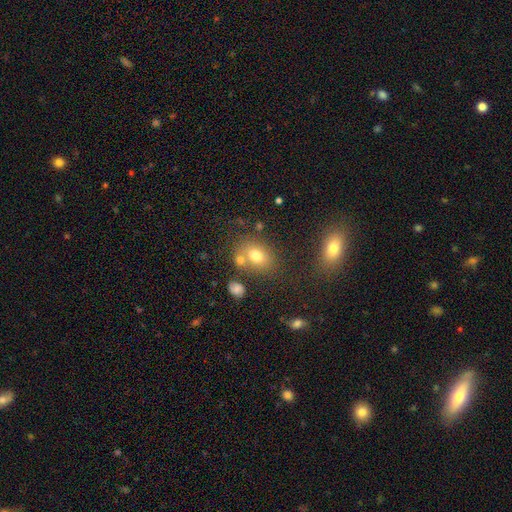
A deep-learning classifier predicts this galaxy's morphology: This is likely a smooth galaxy (72%). How rounded: possibly in between (57%). Merging: likely none (63%).